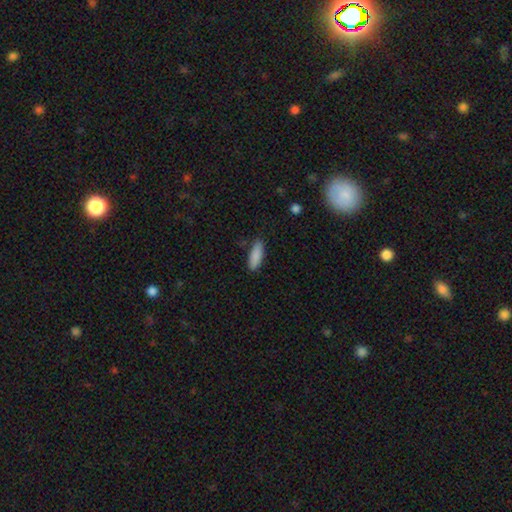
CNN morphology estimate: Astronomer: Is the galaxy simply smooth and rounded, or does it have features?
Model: smooth — 88%.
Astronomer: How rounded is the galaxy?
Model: in between — 56% (runner-up: cigar-shaped, 43%).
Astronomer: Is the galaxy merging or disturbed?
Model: none — 85%.